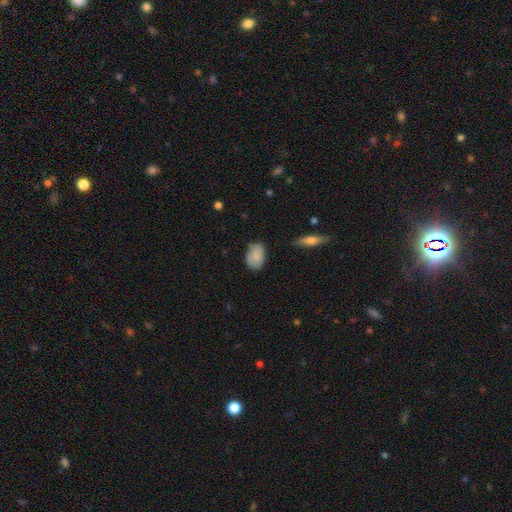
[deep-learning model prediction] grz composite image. It shows a smooth galaxy with no disk features (84%) that is in between round and cigar-shaped (86%). Merging: none (71%).